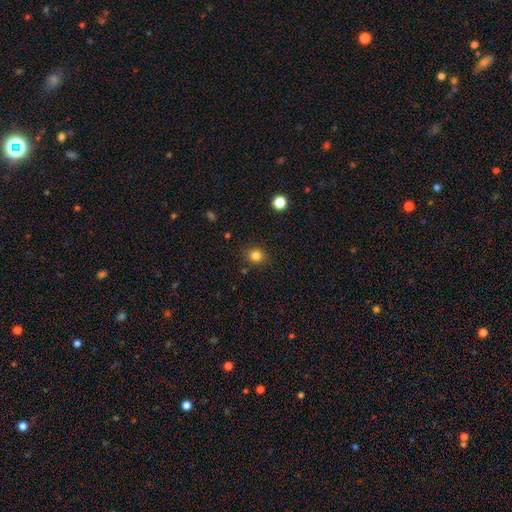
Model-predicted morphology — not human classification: Smooth or featured: smooth — 82% (star or artifact — 13%)
How rounded: round — 76% (in between — 23%)
Merging: none — 85% (minor disturbance — 10%)